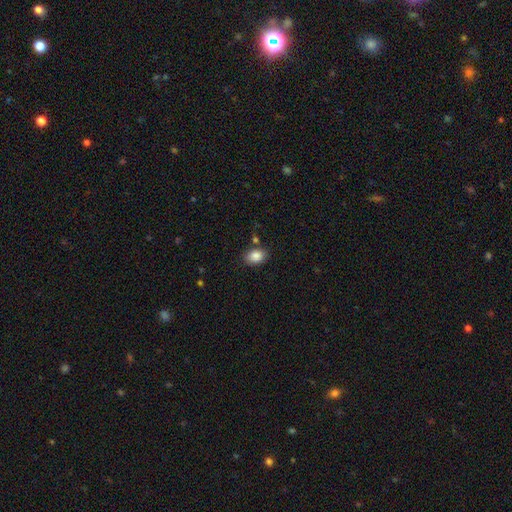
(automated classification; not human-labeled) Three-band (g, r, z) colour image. It shows a smooth galaxy with no disk features (86%) that is in between round and cigar-shaped (81%). Merging: none (80%).